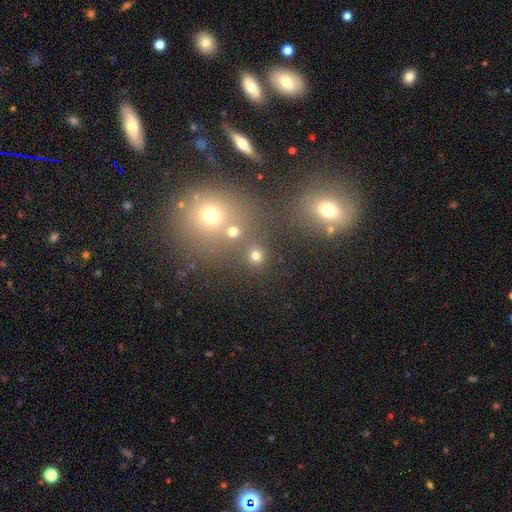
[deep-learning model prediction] The model was most divided on "smooth or featured": smooth: 71%, star or artifact: 21%, featured or disk: 8%. More confident: how rounded — round (86%); merging — none (71%).